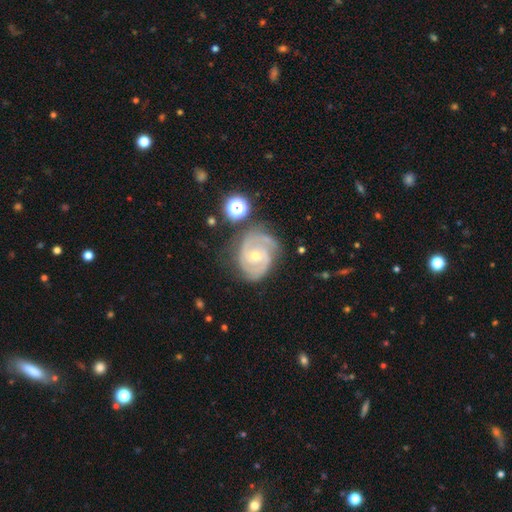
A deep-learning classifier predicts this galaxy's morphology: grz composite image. It shows a featured or disk galaxy (87%) with no bar (55%), 2 (48%) tight (60%) spiral arms (97%) and a small central bulge (50%). Merging: none (62%).